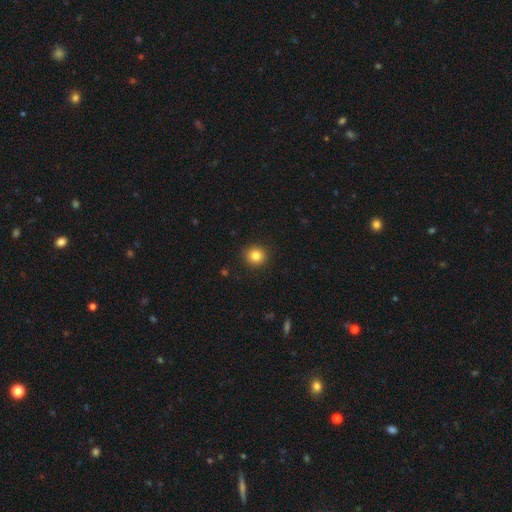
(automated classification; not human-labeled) Overall: smooth (84%). How rounded: round (90%). Merging: none (91%).